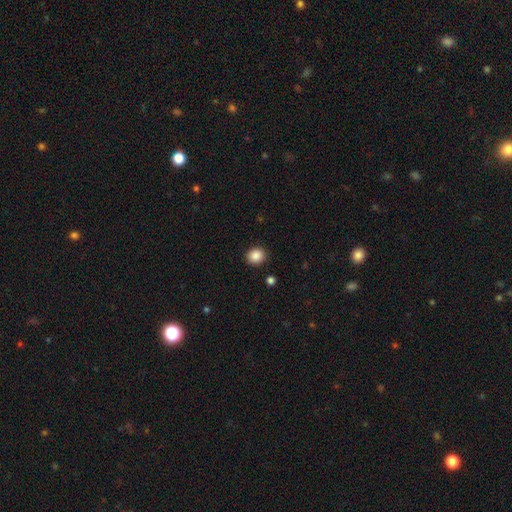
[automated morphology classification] smooth 88%, star or artifact 9%, featured or disk 3%. Down the decision tree: how rounded — round (82%); merging — none (91%).